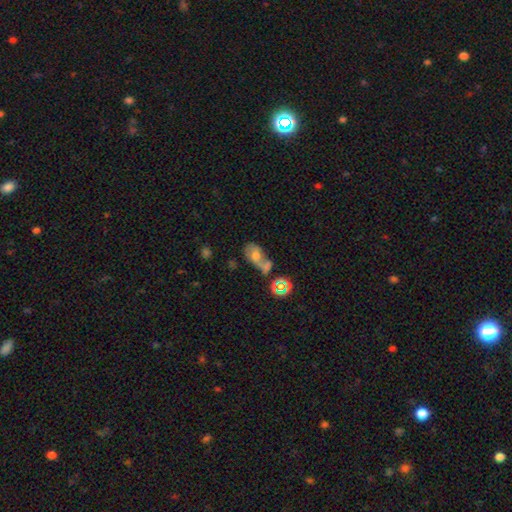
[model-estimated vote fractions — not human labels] Smooth or featured: smooth — 44% (featured or disk — 37%)
Merging: merger — 45% (none — 22%)